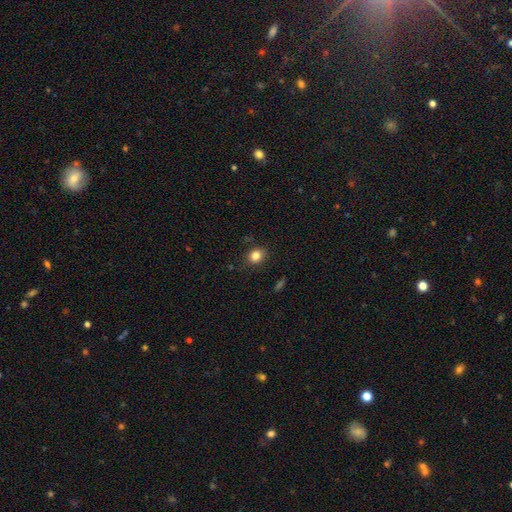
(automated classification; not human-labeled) smooth-or-featured: smooth: 83% | star or artifact: 11% | featured or disk: 6%
  how-rounded: round: 65% | in between: 34% | cigar-shaped: 1%
  merging: none: 86% | minor disturbance: 10% | major disturbance: 3% | merger: 1%